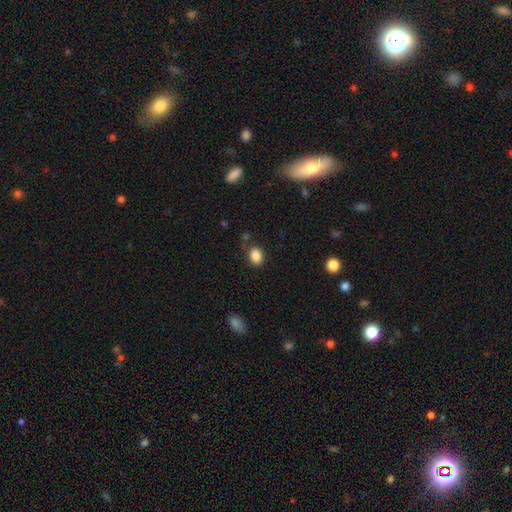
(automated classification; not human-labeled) Smooth or featured? smooth (86%)
How rounded? in between (66%)
Merging? none (77%)